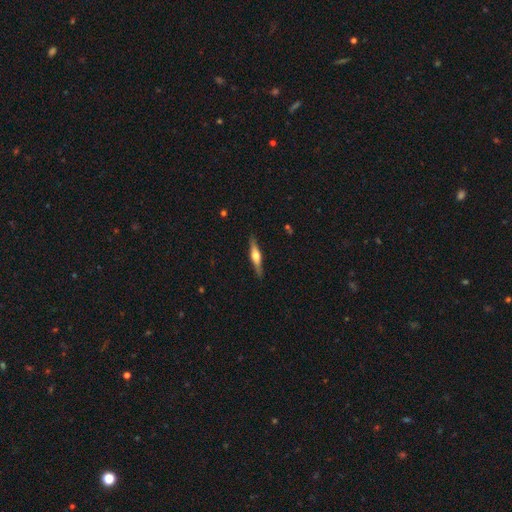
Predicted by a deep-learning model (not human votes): A featured or disk galaxy (63%) viewed edge-on (96%) with a rounded central bulge (91%).

Vote fractions:
- Smooth or featured? featured or disk: 63% / smooth: 31% / star or artifact: 6%
- Edge-on disk? yes: 96% / no: 4%
- Edge-on bulge? rounded: 91% / boxy: 6% / none: 3%
- Merging? none: 88% / minor disturbance: 9% / major disturbance: 2% / merger: 1%